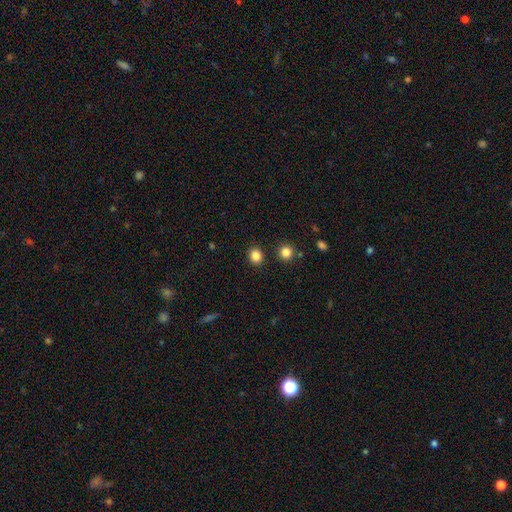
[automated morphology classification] Smooth or featured: smooth — 85% (star or artifact — 11%)
How rounded: round — 77% (in between — 22%)
Merging: none — 88% (minor disturbance — 6%)